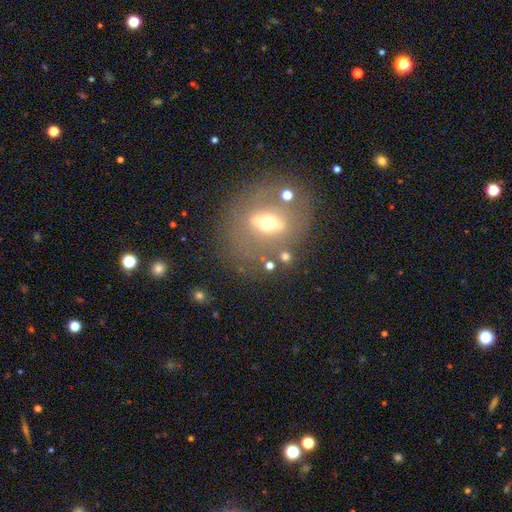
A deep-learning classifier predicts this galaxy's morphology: featured or disk 53%, smooth 33%, star or artifact 14%. Down the decision tree: edge-on disk — no (73%); merging — none (72%).